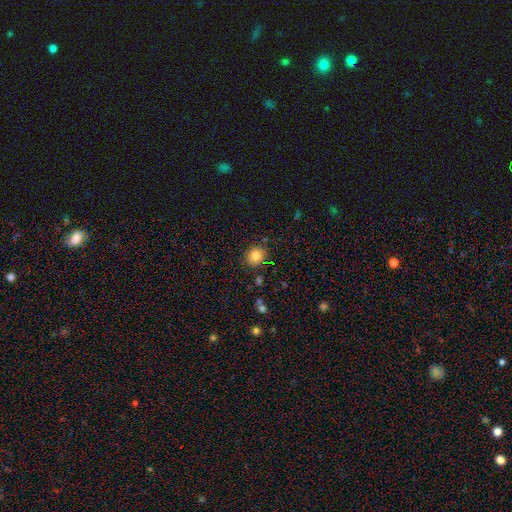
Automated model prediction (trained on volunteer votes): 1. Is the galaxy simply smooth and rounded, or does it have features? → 82% smooth, 11% star or artifact, 6% featured or disk.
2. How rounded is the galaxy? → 79% round, 20% in between, 1% cigar-shaped.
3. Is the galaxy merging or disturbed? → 85% none, 10% minor disturbance, 3% merger, 3% major disturbance.